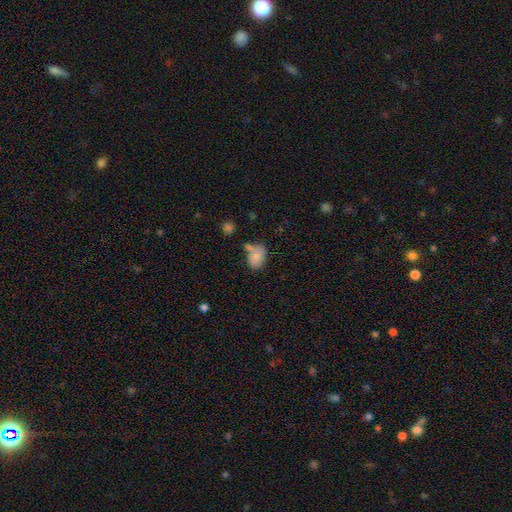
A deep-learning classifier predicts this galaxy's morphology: smooth 79%, featured or disk 11%, star or artifact 9%. Down the decision tree: how rounded — in between (81%); merging — none (43%).